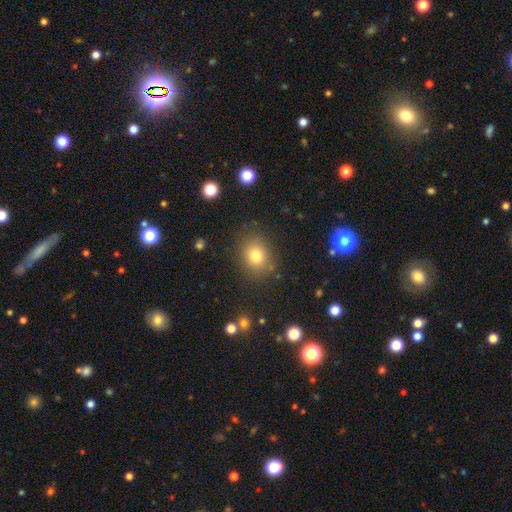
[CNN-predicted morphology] Smooth or featured? smooth (78%)
How rounded? round (61%)
Merging? none (82%)